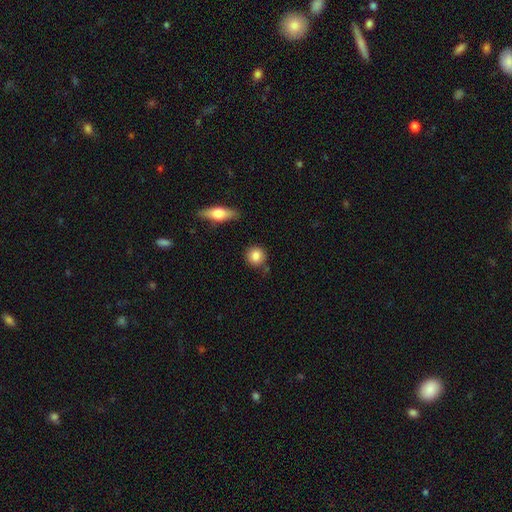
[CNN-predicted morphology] smooth_or_featured: smooth (p=0.84) [alt: featured or disk p=0.08]
how_rounded: round (p=0.85) [alt: in between p=0.13]
merging: none (p=0.78) [alt: minor disturbance p=0.14]